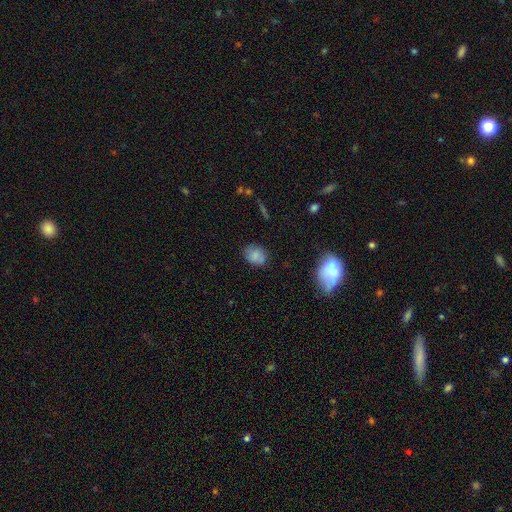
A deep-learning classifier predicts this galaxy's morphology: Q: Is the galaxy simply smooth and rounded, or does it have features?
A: smooth — 82%.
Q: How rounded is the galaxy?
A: in between — 58%.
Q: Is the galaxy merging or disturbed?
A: none — 74%.